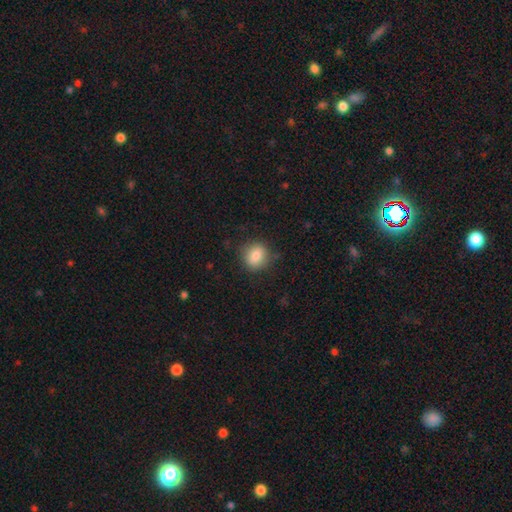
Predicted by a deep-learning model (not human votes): Smooth or featured? smooth (83%)
How rounded? round (75%)
Merging? none (83%)